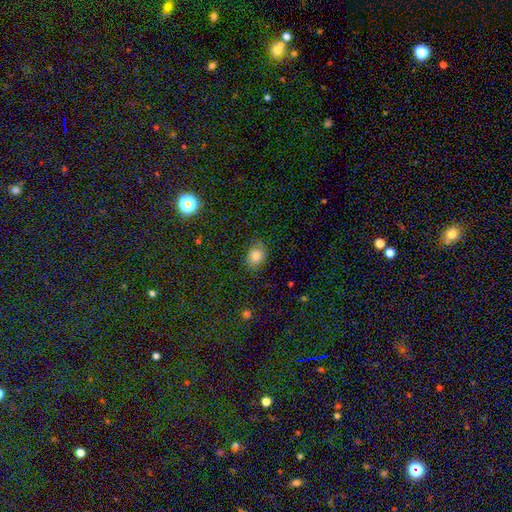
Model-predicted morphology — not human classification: Smooth or featured? smooth (81%)
How rounded? in between (58%)
Merging? none (79%)